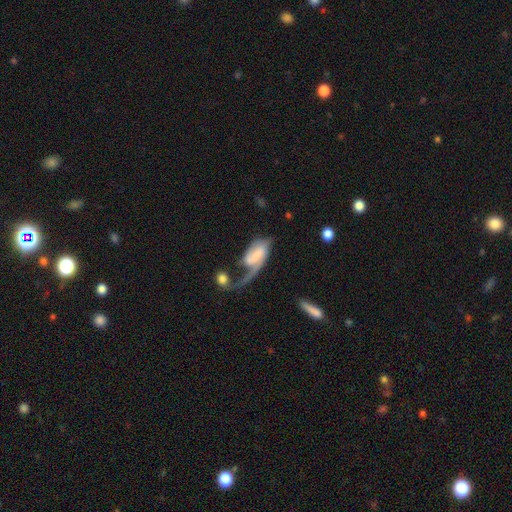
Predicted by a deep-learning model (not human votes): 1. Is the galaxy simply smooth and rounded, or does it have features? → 58% featured or disk, 35% smooth, 7% star or artifact.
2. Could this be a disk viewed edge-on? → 94% no, 6% yes.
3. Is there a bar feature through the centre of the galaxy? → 38% weak, 37% no, 25% strong.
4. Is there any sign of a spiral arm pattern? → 80% yes, 20% no.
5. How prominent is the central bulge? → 37% none, 27% small, 19% moderate, 12% large, 4% dominant.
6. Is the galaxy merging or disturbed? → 50% major disturbance, 20% merger, 18% none, 13% minor disturbance.